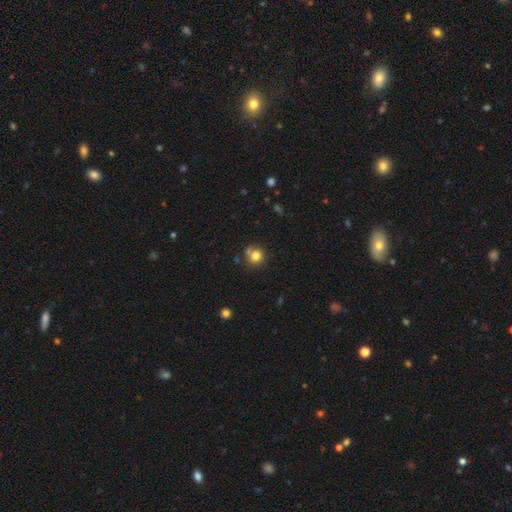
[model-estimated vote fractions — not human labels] Overall: smooth (79%). How rounded: round (87%). Merging: none (63%).